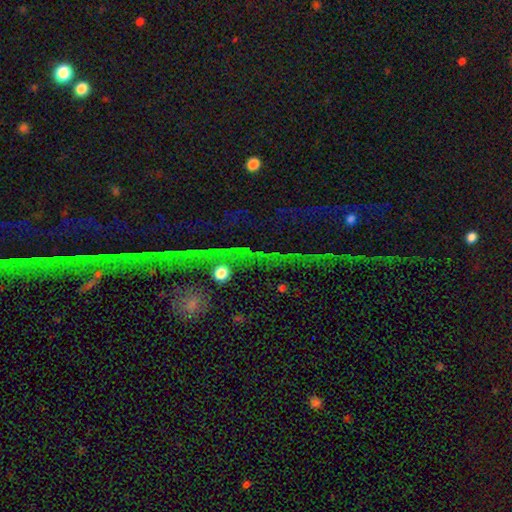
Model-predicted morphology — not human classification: Smooth or featured: star or artifact — 84% (featured or disk — 9%)